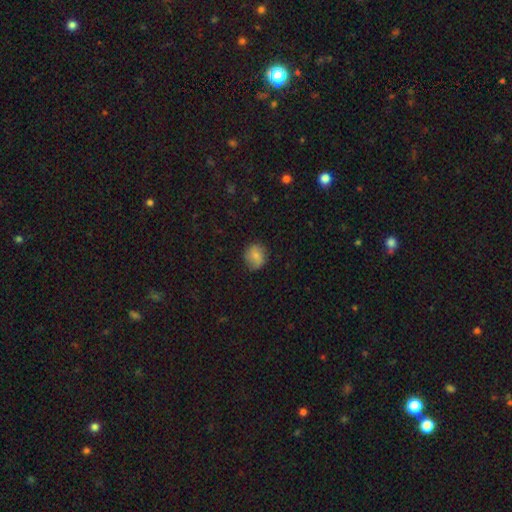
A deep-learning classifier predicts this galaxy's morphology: The model was most divided on "how rounded": round: 74%, in between: 25%, cigar-shaped: 1%. More confident: merging — none (74%); smooth or featured — smooth (72%).